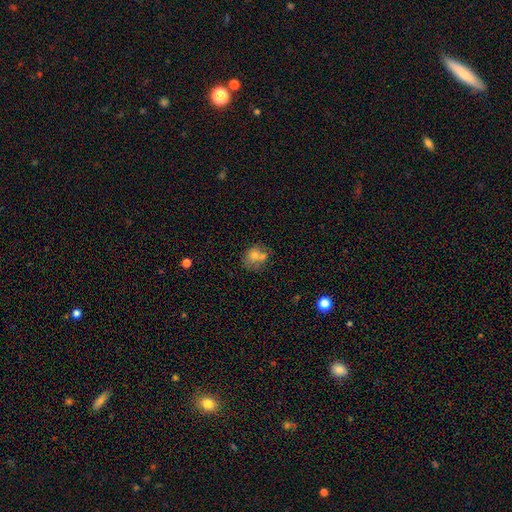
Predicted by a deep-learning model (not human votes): The model was most divided on "merging": none: 41%, merger: 38%, minor disturbance: 15%, major disturbance: 6%. More confident: smooth or featured — smooth (68%); how rounded — round (62%).